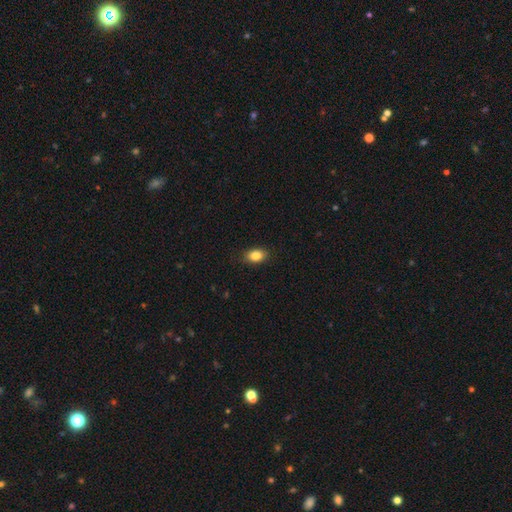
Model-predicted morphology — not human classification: Smooth or featured? Predicted: smooth (p=0.85). How rounded? Predicted: in between (p=0.82). Merging? Predicted: none (p=0.88).